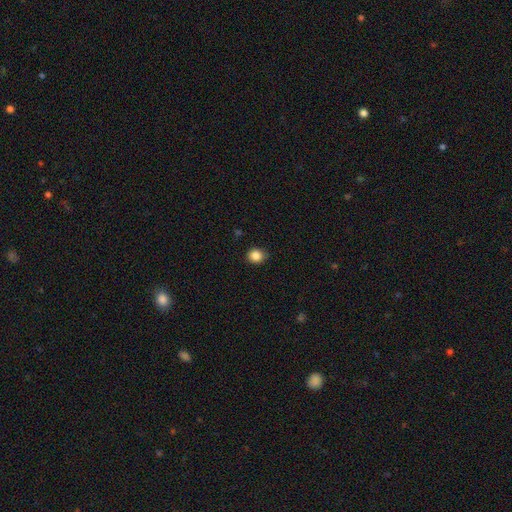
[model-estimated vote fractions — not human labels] This is clearly a smooth galaxy (85%). How rounded: likely round (79%). Merging: clearly none (86%).